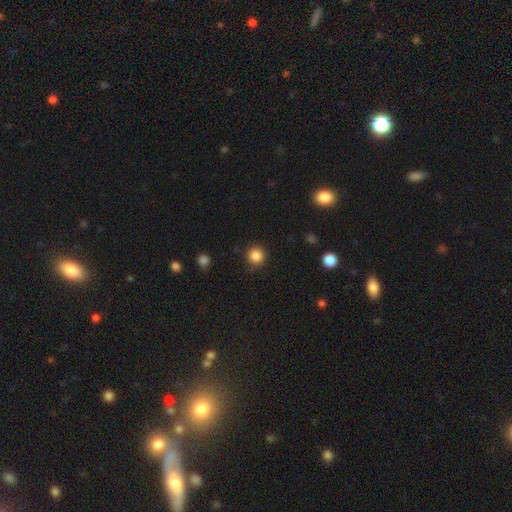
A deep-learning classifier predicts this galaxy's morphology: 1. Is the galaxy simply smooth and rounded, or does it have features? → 86% smooth, 11% star or artifact, 3% featured or disk.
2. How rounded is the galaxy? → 94% round, 5% in between, 1% cigar-shaped.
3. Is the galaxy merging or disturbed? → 88% none, 8% minor disturbance, 3% major disturbance, 1% merger.